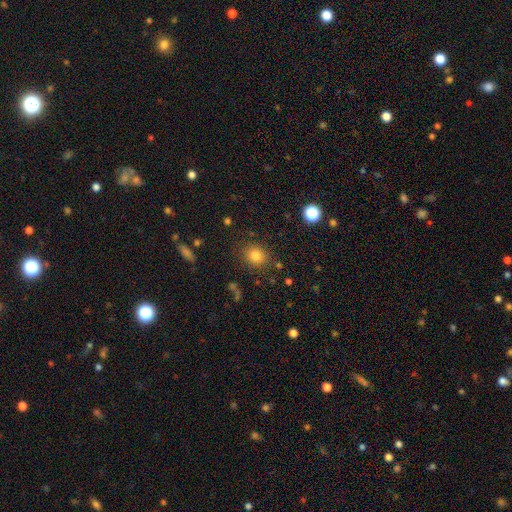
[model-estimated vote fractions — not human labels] Smooth or featured: smooth — 80% (star or artifact — 13%)
How rounded: round — 72% (in between — 27%)
Merging: none — 84% (minor disturbance — 10%)